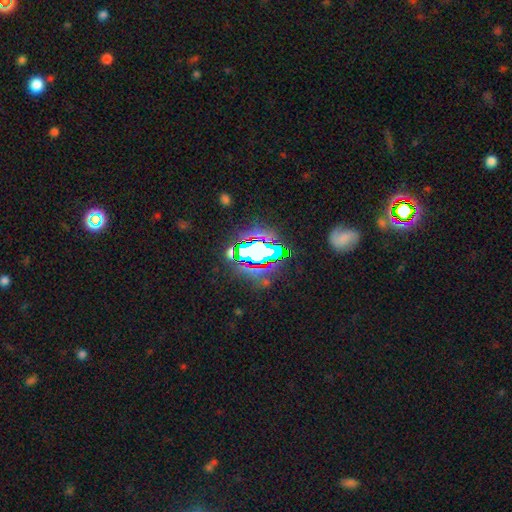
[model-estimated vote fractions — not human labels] Morphology: type=star or artifact (59%).